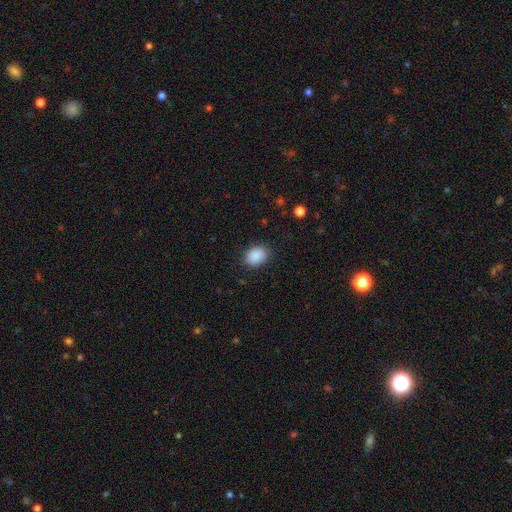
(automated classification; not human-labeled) The model was most divided on "how rounded": in between: 69%, round: 30%, cigar-shaped: 1%. More confident: smooth or featured — smooth (89%); merging — none (86%).